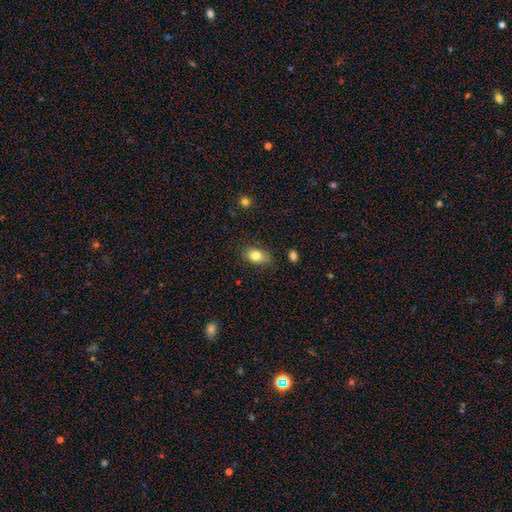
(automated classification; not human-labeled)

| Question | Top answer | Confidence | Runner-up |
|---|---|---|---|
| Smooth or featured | smooth | 81% | featured or disk (10%) |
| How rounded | in between | 83% | round (15%) |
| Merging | none | 77% | minor disturbance (18%) |